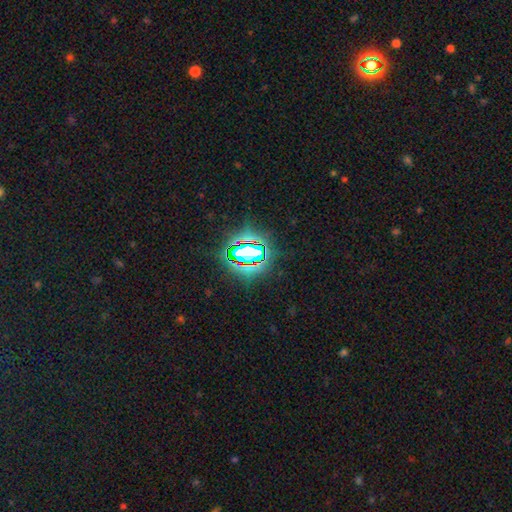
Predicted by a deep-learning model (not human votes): Overall: star or artifact (79%).